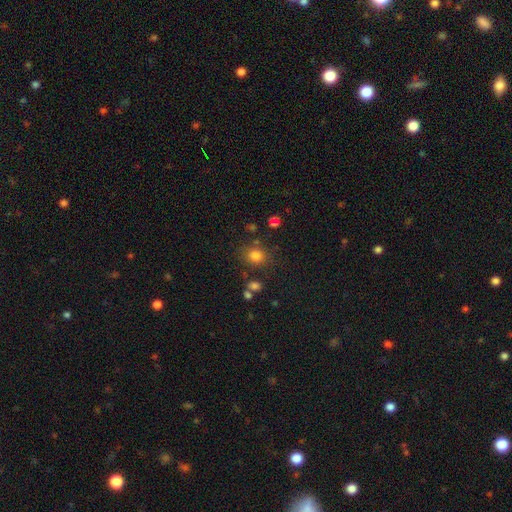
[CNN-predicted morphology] Smooth or featured?
  - smooth: 80% *
  - star or artifact: 14%
  - featured or disk: 6%
How rounded?
  - round: 69% *
  - in between: 30%
  - cigar-shaped: 1%
Merging?
  - none: 77% *
  - minor disturbance: 12%
  - merger: 6%
  - major disturbance: 5%